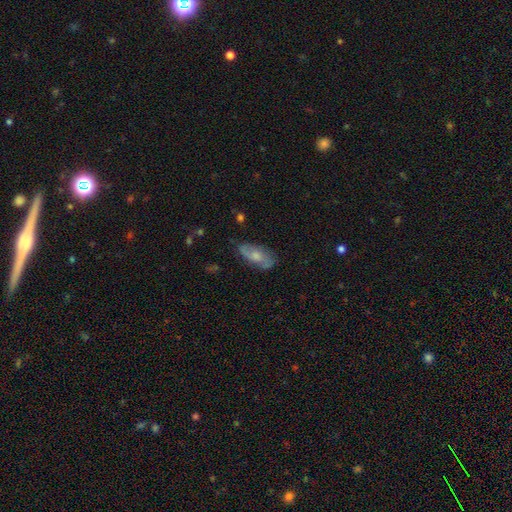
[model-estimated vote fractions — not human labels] Smooth or featured? Predicted: smooth (p=0.46, tied with featured or disk). Merging? Predicted: none (p=0.73).